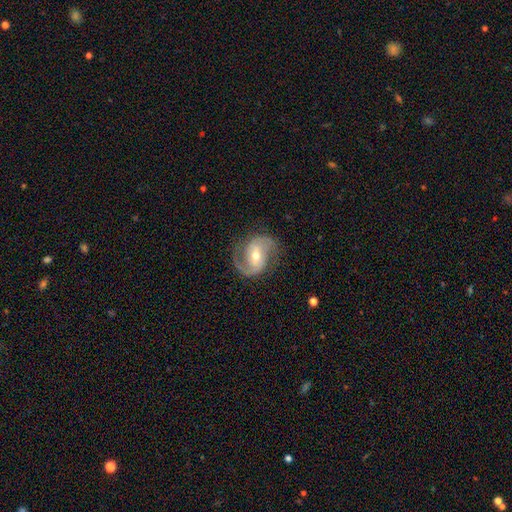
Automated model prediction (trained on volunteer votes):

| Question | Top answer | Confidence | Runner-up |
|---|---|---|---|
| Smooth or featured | featured or disk | 88% | smooth (7%) |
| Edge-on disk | no | 97% | yes (3%) |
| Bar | weak | 44% | no (30%) |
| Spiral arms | yes | 97% | no (3%) |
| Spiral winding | medium | 54% | tight (24%) |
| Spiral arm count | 2 | 87% | 1 (6%) |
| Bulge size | moderate | 63% | small (32%) |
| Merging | none | 76% | minor disturbance (15%) |